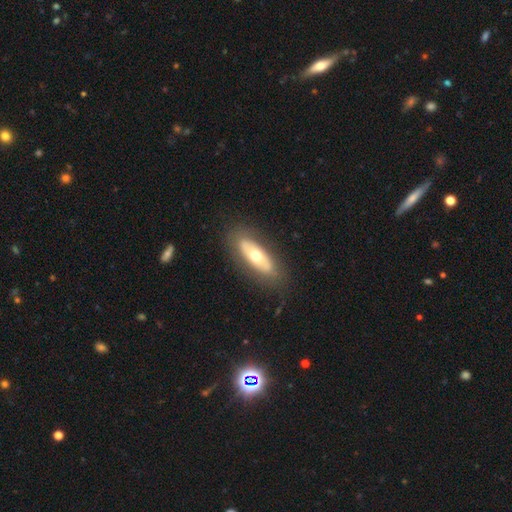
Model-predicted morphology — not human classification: A featured or disk galaxy (48%). Merging: none (80%).